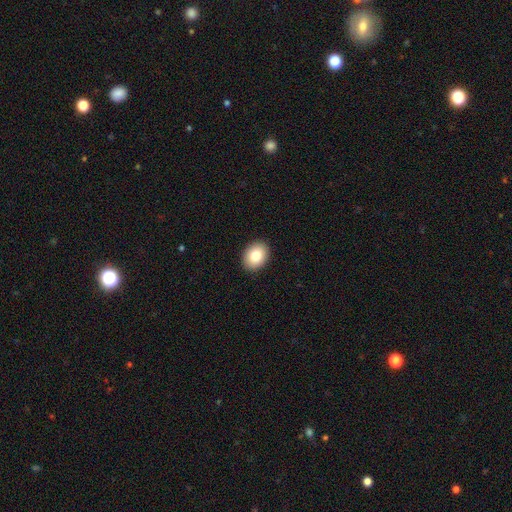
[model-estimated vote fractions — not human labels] Q: Smooth or featured?
A: smooth (83%); runner-up: featured or disk (9%)
Q: How rounded?
A: in between (63%); runner-up: round (36%)
Q: Merging?
A: none (91%); runner-up: minor disturbance (6%)